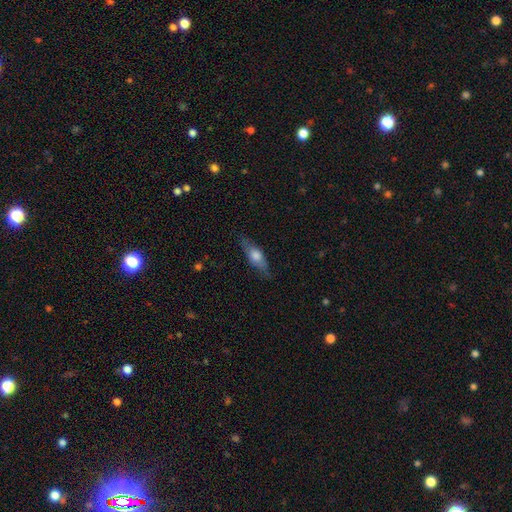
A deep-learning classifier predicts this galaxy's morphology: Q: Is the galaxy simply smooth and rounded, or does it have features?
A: smooth — 56%.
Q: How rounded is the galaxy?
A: in between — 54%.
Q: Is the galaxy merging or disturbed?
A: none — 78%.